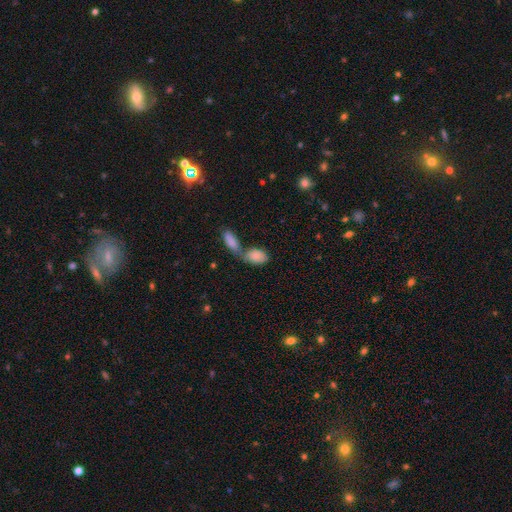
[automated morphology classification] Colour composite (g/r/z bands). It shows a smooth galaxy with no disk features (84%) that is in between round and cigar-shaped (90%). Merging: merger (57%).